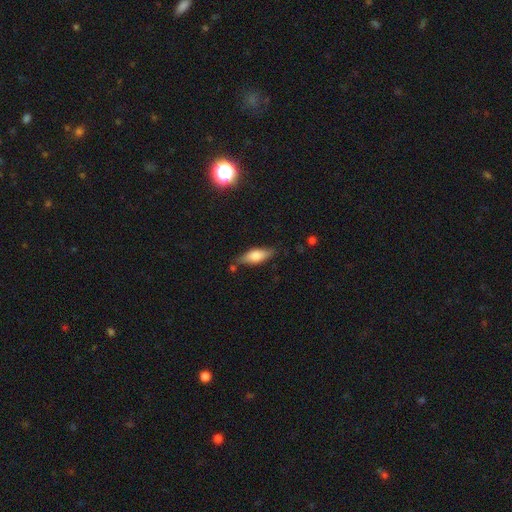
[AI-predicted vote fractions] Smooth or featured? smooth (65%)
How rounded? in between (64%)
Merging? none (73%)